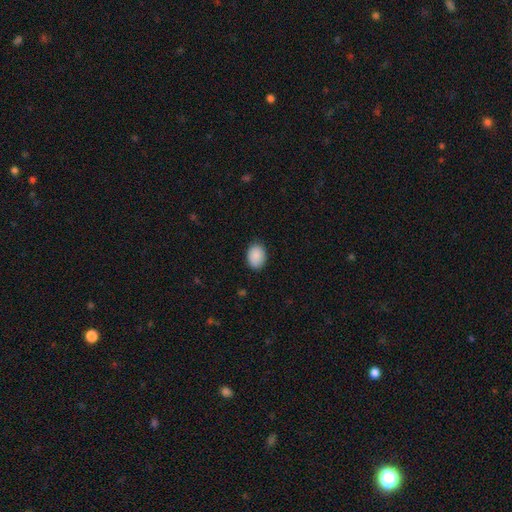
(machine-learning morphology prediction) Smooth or featured? smooth (90%)
How rounded? in between (73%)
Merging? none (85%)